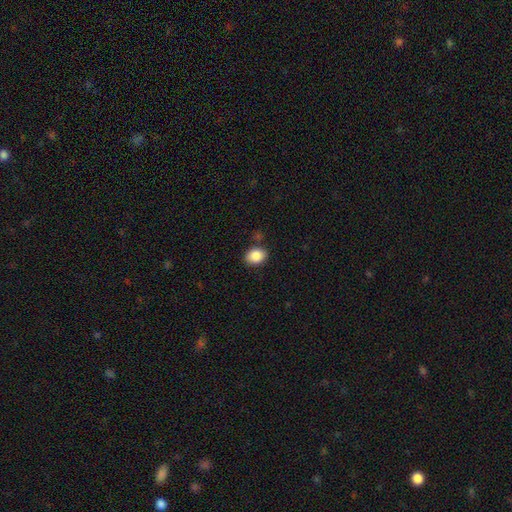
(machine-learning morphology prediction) A smooth galaxy with no disk features (87%) that is in between round and cigar-shaped (62%).

Vote fractions:
- Smooth or featured? smooth: 87% / star or artifact: 8% / featured or disk: 5%
- How rounded? in between: 62% / round: 37% / cigar-shaped: 1%
- Merging? none: 82% / minor disturbance: 11% / merger: 4% / major disturbance: 3%